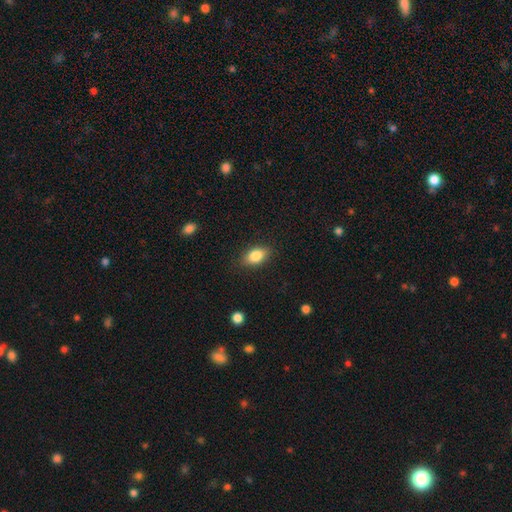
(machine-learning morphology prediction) The model was most divided on "merging": none: 85%, minor disturbance: 11%, major disturbance: 3%, merger: 1%. More confident: how rounded — in between (87%); smooth or featured — smooth (85%).